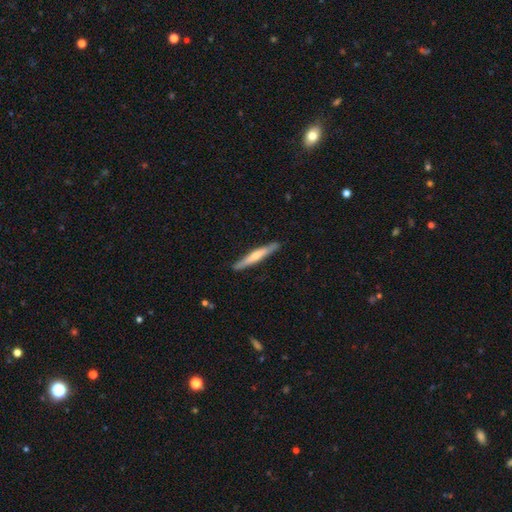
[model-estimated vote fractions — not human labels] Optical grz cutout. It shows a smooth galaxy with no disk features (49%). Merging: none (87%).